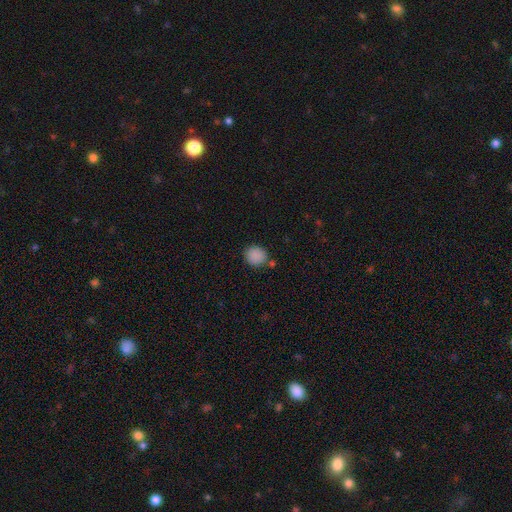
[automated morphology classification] Overall: smooth (88%). How rounded: round (83%). Merging: none (78%).